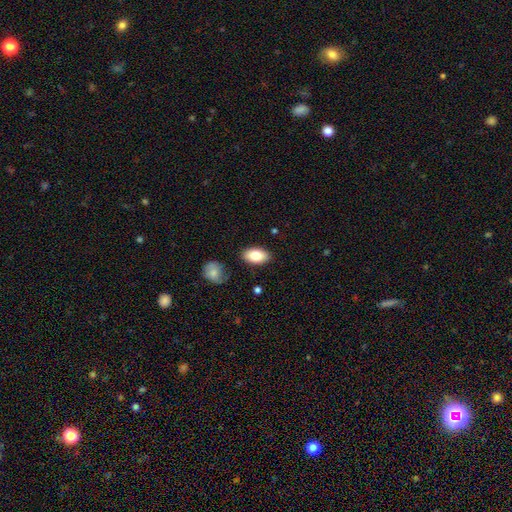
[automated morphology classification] The model was most divided on "smooth or featured": smooth: 81%, featured or disk: 13%, star or artifact: 7%. More confident: how rounded — in between (93%); merging — none (86%).